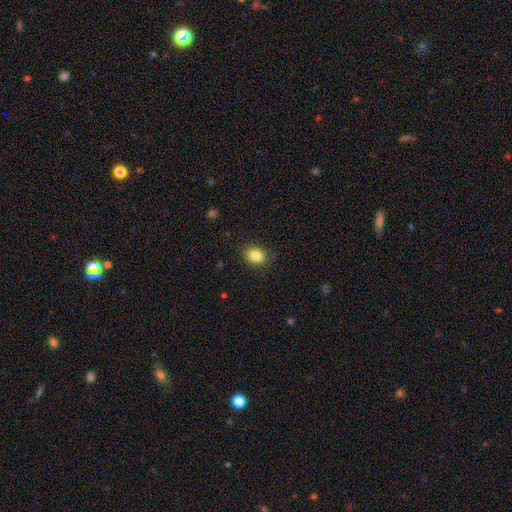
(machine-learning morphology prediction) A smooth galaxy with no disk features (83%) that is in between round and cigar-shaped (59%).

Vote fractions:
- Smooth or featured? smooth: 83% / star or artifact: 9% / featured or disk: 8%
- How rounded? in between: 59% / round: 40% / cigar-shaped: 1%
- Merging? none: 87% / minor disturbance: 9% / major disturbance: 2% / merger: 1%